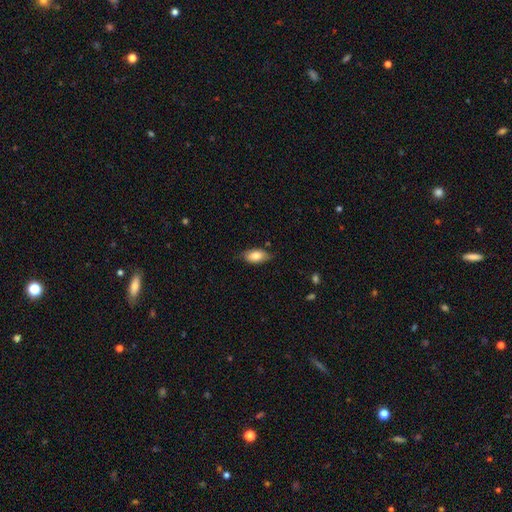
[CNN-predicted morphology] smooth 79%, featured or disk 14%, star or artifact 7%. Down the decision tree: how rounded — in between (92%); merging — none (79%).